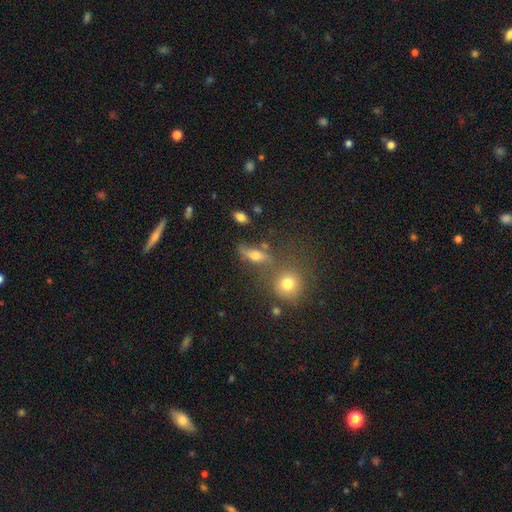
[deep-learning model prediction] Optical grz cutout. It shows a smooth galaxy with no disk features (59%) that is in between round and cigar-shaped (58%). Merging: none (53%).